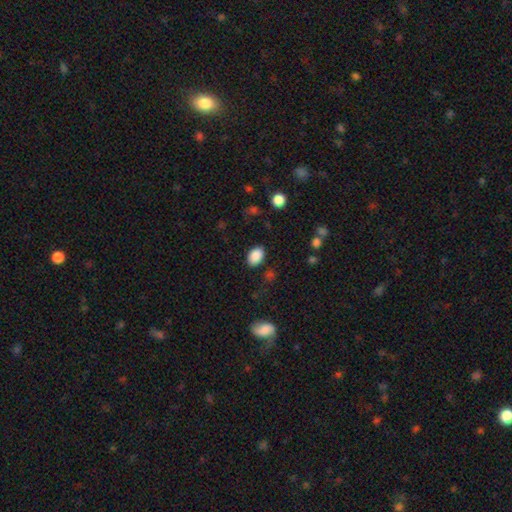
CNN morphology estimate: Overall: smooth (88%). How rounded: in between (84%). Merging: none (85%).